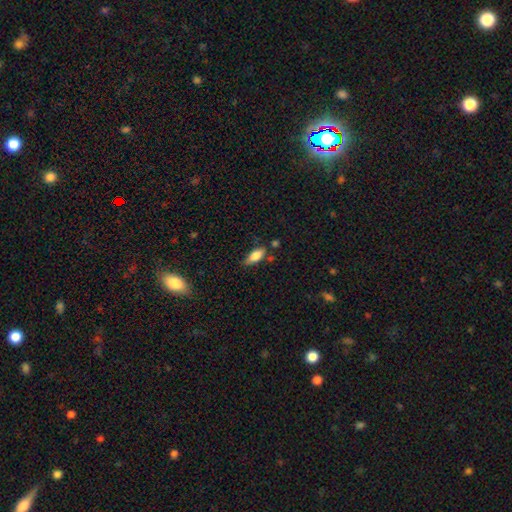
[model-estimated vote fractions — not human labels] A smooth galaxy with no disk features (80%) that is in between round and cigar-shaped (80%). Merging: none (66%).